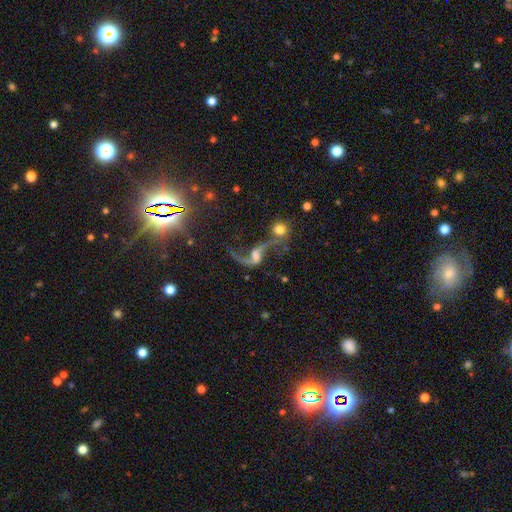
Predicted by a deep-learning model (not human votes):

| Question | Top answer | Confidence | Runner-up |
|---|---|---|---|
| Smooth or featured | featured or disk | 80% | smooth (11%) |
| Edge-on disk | no | 95% | yes (5%) |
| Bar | weak | 41% | no (40%) |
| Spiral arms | yes | 91% | no (9%) |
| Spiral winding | loose | 91% | medium (7%) |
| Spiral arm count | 2 | 87% | 1 (8%) |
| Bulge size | moderate | 37% | small (32%) |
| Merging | none | 35% | merger (28%) |